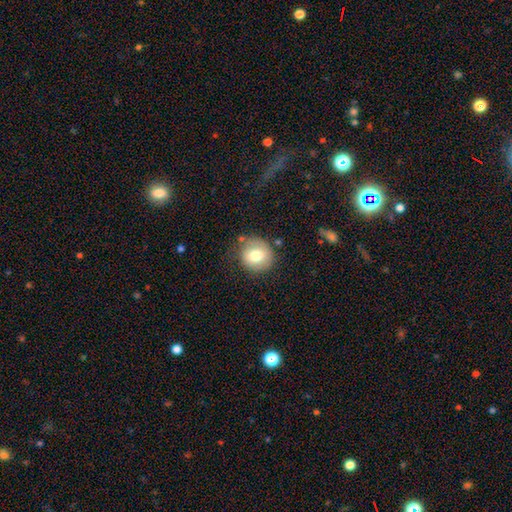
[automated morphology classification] type=smooth (75%); roundness=round (88%); merging=none (75%).